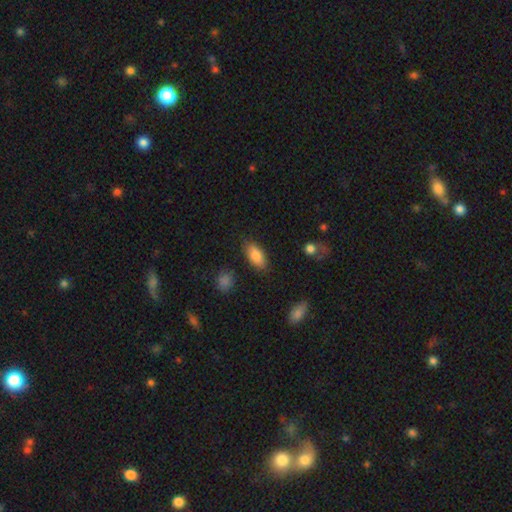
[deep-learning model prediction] The model was most divided on "merging": none: 83%, minor disturbance: 12%, major disturbance: 3%, merger: 2%. More confident: how rounded — in between (89%); smooth or featured — smooth (84%).